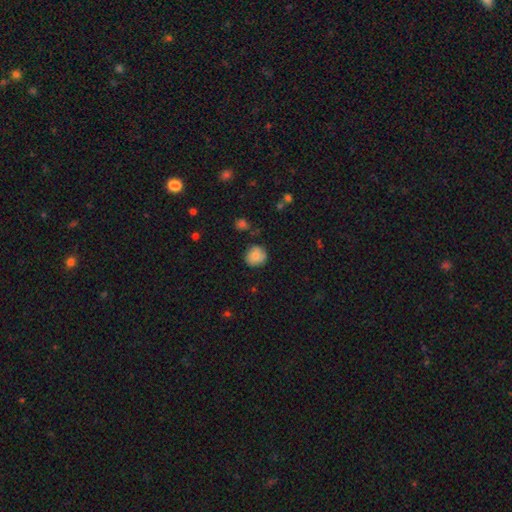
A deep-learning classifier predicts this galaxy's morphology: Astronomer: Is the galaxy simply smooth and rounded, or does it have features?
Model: smooth — 76%.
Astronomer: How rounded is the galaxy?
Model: round — 84%.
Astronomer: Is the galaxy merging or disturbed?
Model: none — 73%.